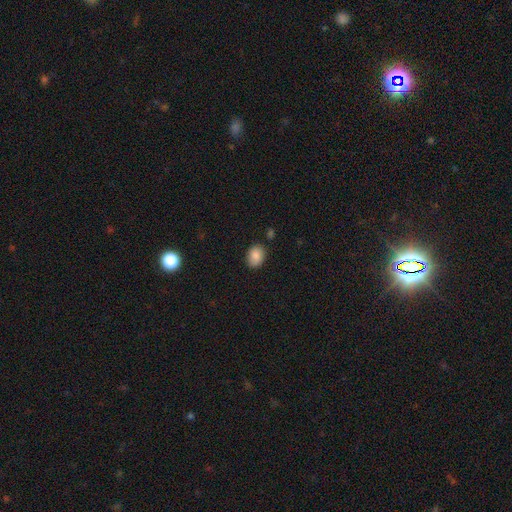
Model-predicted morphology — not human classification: Overall: smooth (85%). How rounded: in between (65%; round 34%). Merging: none (83%).